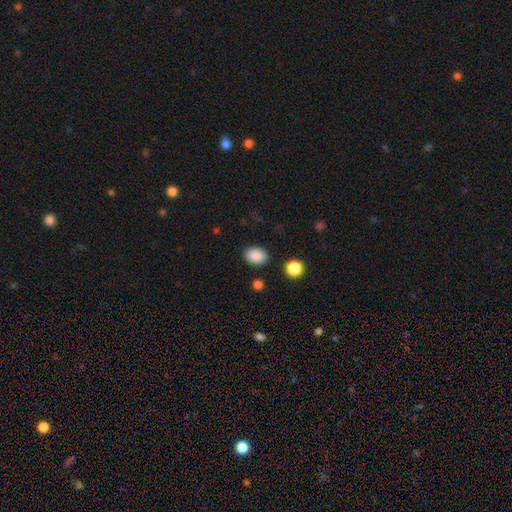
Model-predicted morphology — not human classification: smooth_or_featured: smooth (p=0.88) [alt: star or artifact p=0.08]
how_rounded: in between (p=0.77) [alt: round p=0.22]
merging: none (p=0.87) [alt: minor disturbance p=0.09]